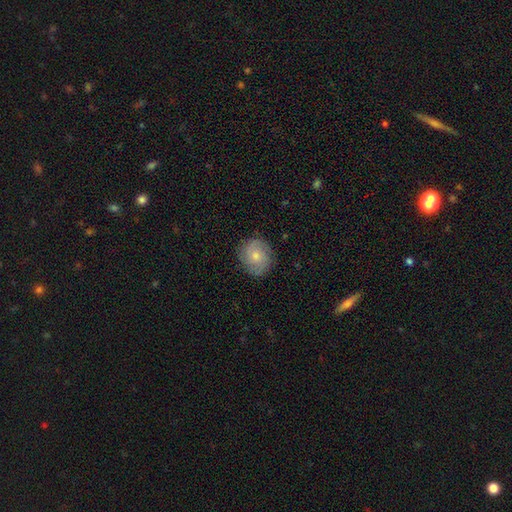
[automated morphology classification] Smooth or featured? Predicted: smooth (p=0.59). How rounded? Predicted: round (p=0.78). Merging? Predicted: none (p=0.83).